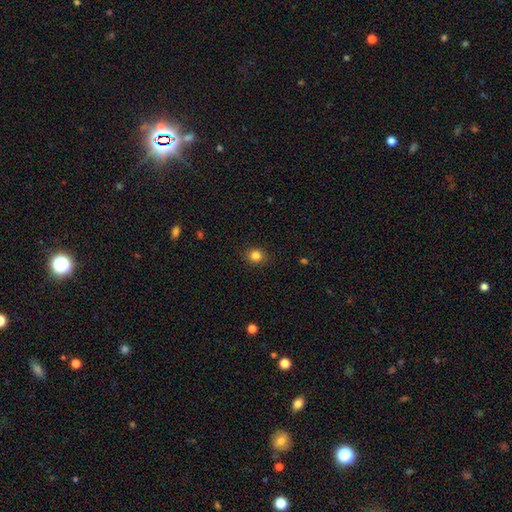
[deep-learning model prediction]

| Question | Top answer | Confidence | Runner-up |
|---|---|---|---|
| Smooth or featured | smooth | 83% | star or artifact (12%) |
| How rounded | round | 78% | in between (21%) |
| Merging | none | 90% | minor disturbance (7%) |